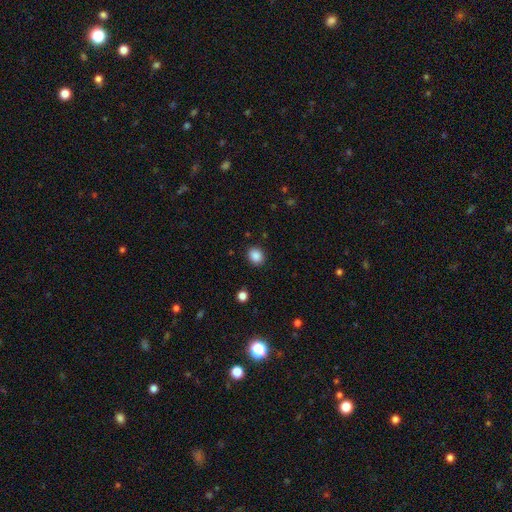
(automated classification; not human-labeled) A smooth galaxy with no disk features (87%) that is round (66%). Merging: none (89%).